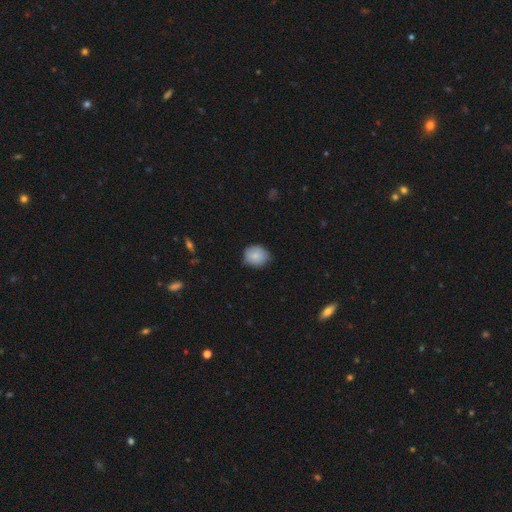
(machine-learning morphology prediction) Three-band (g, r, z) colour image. It shows a smooth galaxy with no disk features (84%) that is round (72%). Merging: none (73%).